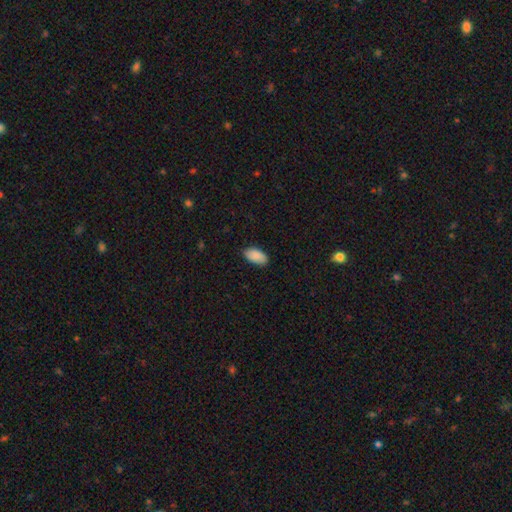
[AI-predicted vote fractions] Smooth or featured: smooth — 88% (star or artifact — 6%)
How rounded: in between — 95% (round — 3%)
Merging: none — 85% (minor disturbance — 12%)